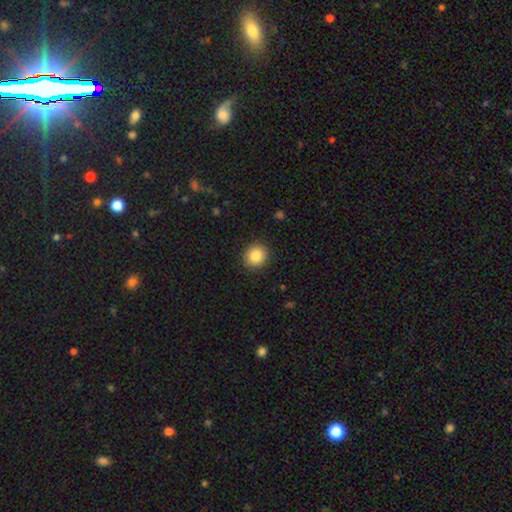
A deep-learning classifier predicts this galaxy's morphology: Q: Smooth or featured?
A: smooth (86%); runner-up: star or artifact (9%)
Q: How rounded?
A: round (86%); runner-up: in between (13%)
Q: Merging?
A: none (91%); runner-up: minor disturbance (6%)